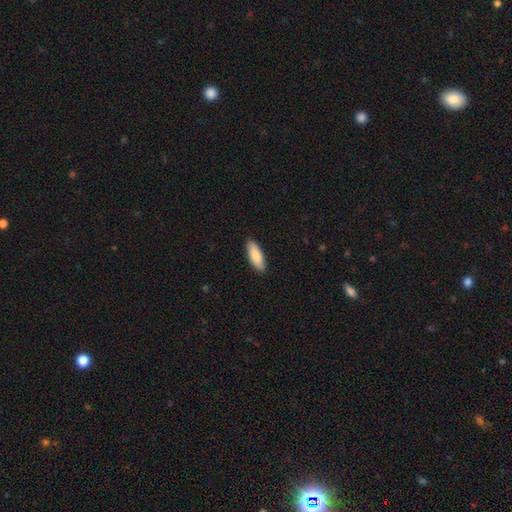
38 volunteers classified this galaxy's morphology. smooth_or_featured: smooth (p=0.87) [alt: featured or disk p=0.08]
how_rounded: in between (p=0.64) [alt: cigar-shaped p=0.36]
merging: none (p=0.92) [alt: minor disturbance p=0.06]